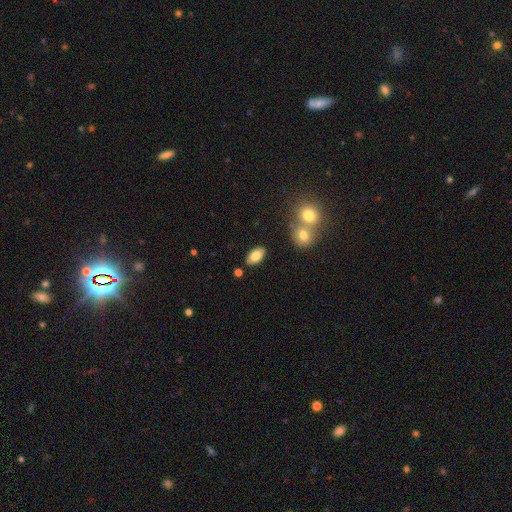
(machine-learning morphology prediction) Overall: smooth (81%). How rounded: in between (94%). Merging: none (83%).